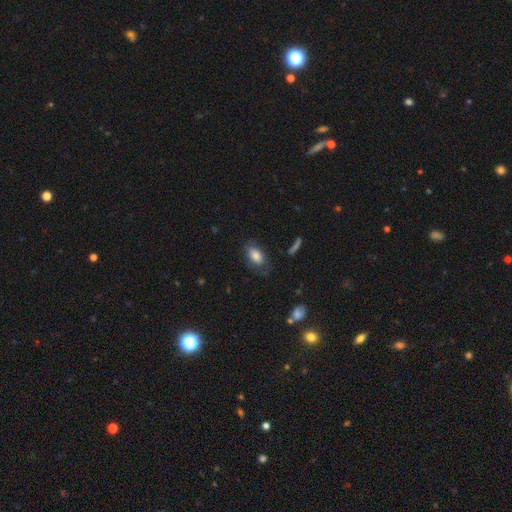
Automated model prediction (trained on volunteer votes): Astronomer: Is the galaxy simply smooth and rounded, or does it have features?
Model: smooth — 80%.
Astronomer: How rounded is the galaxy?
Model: in between — 91%.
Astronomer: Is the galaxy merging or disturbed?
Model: none — 64%.